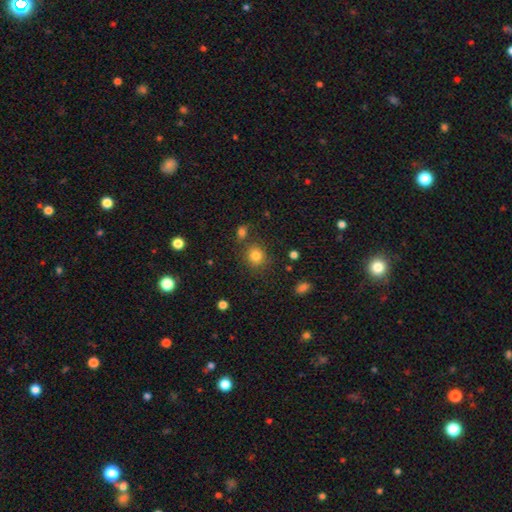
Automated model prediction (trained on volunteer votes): A smooth galaxy with no disk features (82%) that is round (81%).

Vote fractions:
- Smooth or featured? smooth: 82% / star or artifact: 12% / featured or disk: 6%
- How rounded? round: 81% / in between: 18% / cigar-shaped: 1%
- Merging? none: 77% / minor disturbance: 10% / merger: 8% / major disturbance: 4%